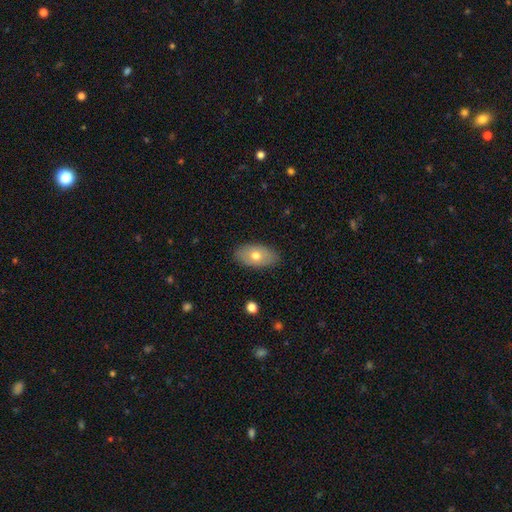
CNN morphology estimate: smooth-or-featured: smooth: 67% | featured or disk: 27% | star or artifact: 7%
  how-rounded: in between: 92% | round: 6% | cigar-shaped: 2%
  merging: none: 84% | minor disturbance: 12% | major disturbance: 3% | merger: 1%